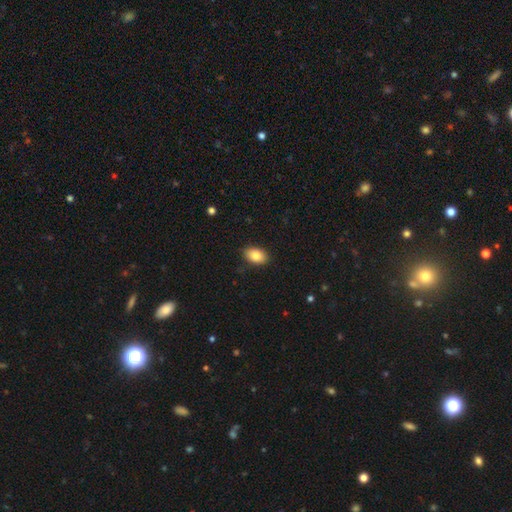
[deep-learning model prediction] Morphology: type=smooth (83%); roundness=in between (88%); merging=none (88%).